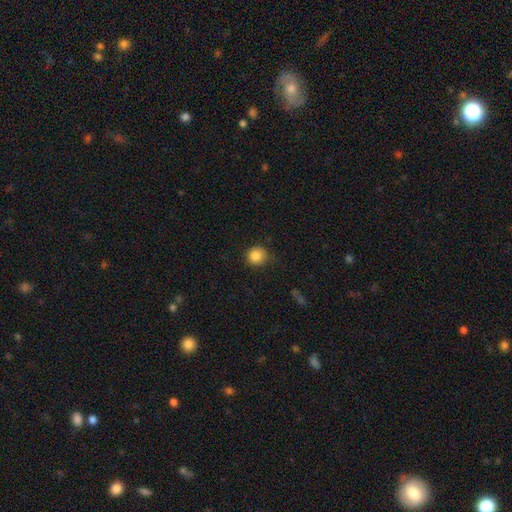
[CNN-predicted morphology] The model was most divided on "merging": none: 80%, minor disturbance: 15%, major disturbance: 3%, merger: 1%. More confident: how rounded — round (91%); smooth or featured — smooth (86%).